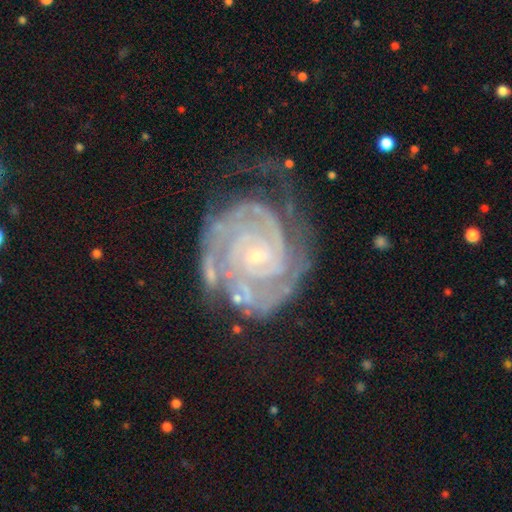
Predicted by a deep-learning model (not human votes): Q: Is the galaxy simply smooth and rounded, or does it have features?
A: featured or disk — 90%.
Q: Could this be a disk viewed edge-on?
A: no — 98%.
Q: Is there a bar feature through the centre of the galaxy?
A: no — 63%.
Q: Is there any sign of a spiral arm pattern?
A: yes — 98%.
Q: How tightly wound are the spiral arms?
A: tight — 80%.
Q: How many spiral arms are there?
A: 2 — 43%.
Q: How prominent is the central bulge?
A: small — 80%.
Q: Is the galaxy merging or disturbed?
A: none — 61%.